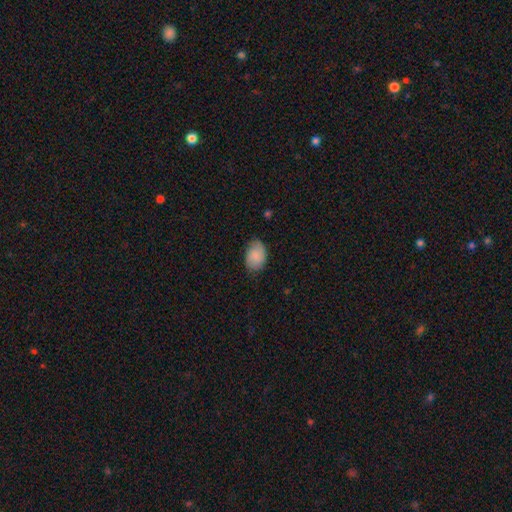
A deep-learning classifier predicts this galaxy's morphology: A smooth galaxy with no disk features (83%) that is in between round and cigar-shaped (84%). Merging: none (74%).